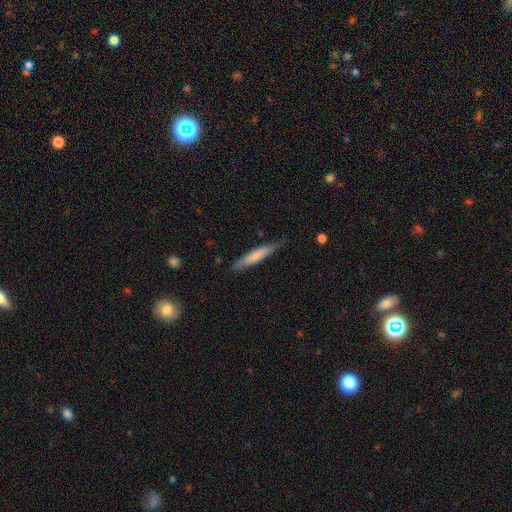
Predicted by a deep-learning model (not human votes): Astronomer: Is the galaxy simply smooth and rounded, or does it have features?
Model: smooth — 66%.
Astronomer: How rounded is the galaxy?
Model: cigar-shaped — 92%.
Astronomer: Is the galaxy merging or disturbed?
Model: none — 80%.